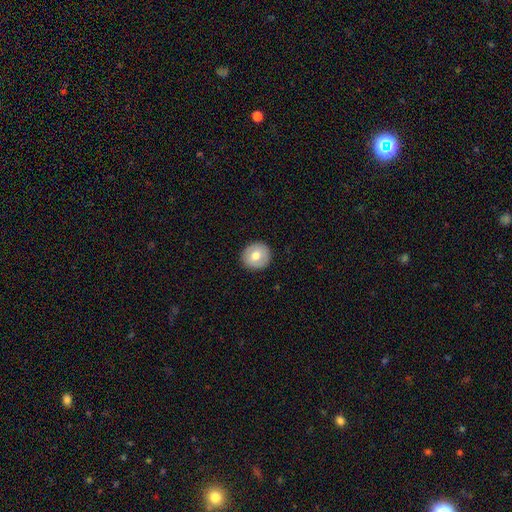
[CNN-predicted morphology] This is likely a smooth galaxy (72%). How rounded: clearly round (92%). Merging: clearly none (91%).